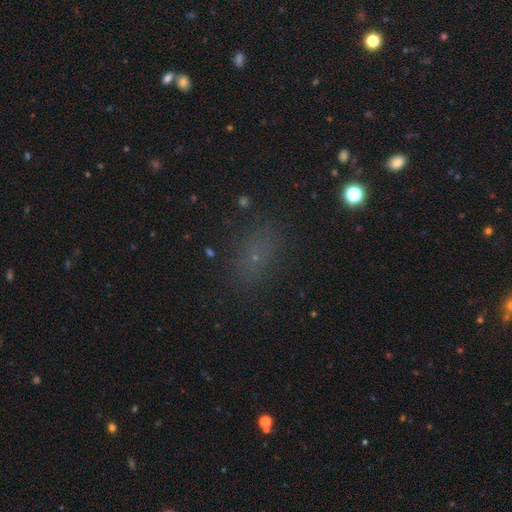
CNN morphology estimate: smooth_or_featured: smooth (p=0.58) [alt: star or artifact p=0.31]
how_rounded: in between (p=0.69) [alt: round p=0.27]
merging: none (p=0.79) [alt: minor disturbance p=0.13]